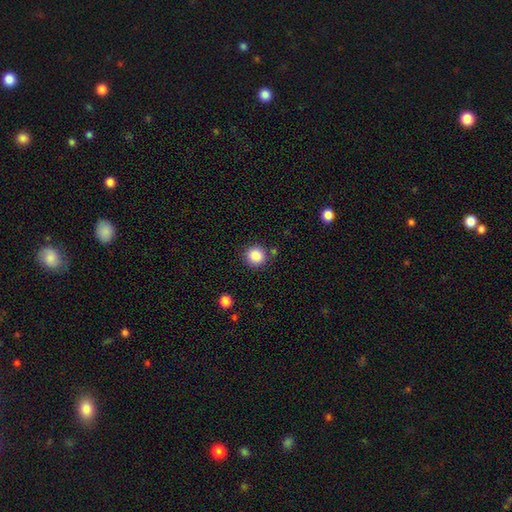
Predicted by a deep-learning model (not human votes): Smooth or featured?
  - smooth: 87% *
  - star or artifact: 10%
  - featured or disk: 3%
How rounded?
  - round: 93% *
  - in between: 6%
  - cigar-shaped: 1%
Merging?
  - none: 86% *
  - minor disturbance: 8%
  - merger: 4%
  - major disturbance: 3%